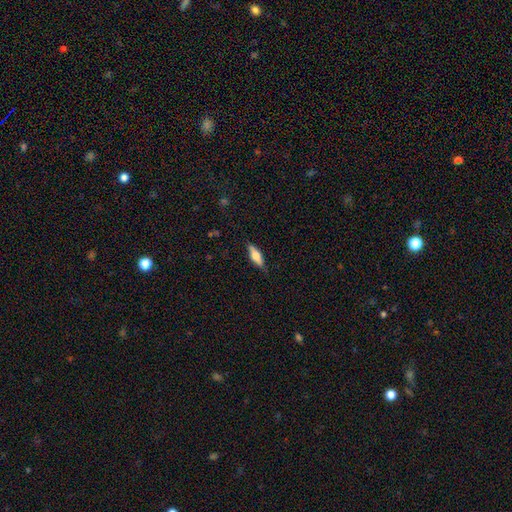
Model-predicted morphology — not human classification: smooth-or-featured: smooth: 59% | featured or disk: 34% | star or artifact: 6%
  how-rounded: in between: 54% | cigar-shaped: 43% | round: 2%
  merging: none: 83% | minor disturbance: 13% | major disturbance: 3% | merger: 1%